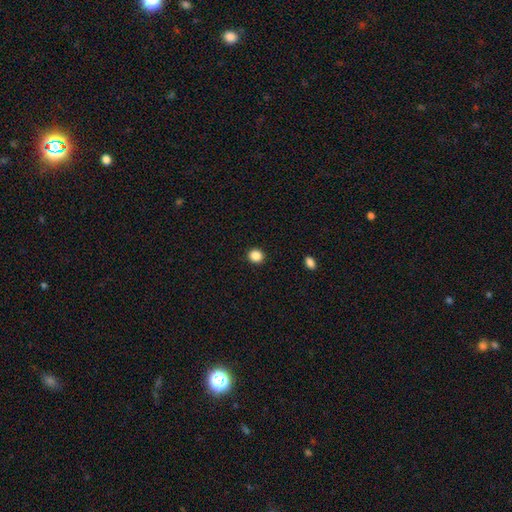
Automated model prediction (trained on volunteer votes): smooth_or_featured: smooth (p=0.86) [alt: star or artifact p=0.11]
how_rounded: round (p=0.87) [alt: in between p=0.12]
merging: none (p=0.93) [alt: minor disturbance p=0.05]